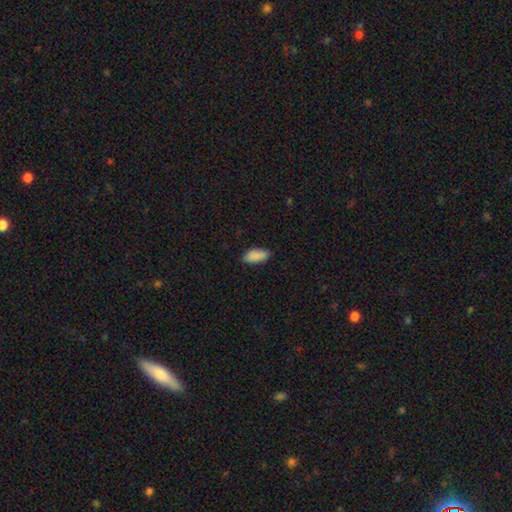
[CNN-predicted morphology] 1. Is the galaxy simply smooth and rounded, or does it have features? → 87% smooth, 7% star or artifact, 6% featured or disk.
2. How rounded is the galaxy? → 87% in between, 11% cigar-shaped, 2% round.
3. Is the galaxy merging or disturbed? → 76% none, 20% minor disturbance, 3% major disturbance, 1% merger.